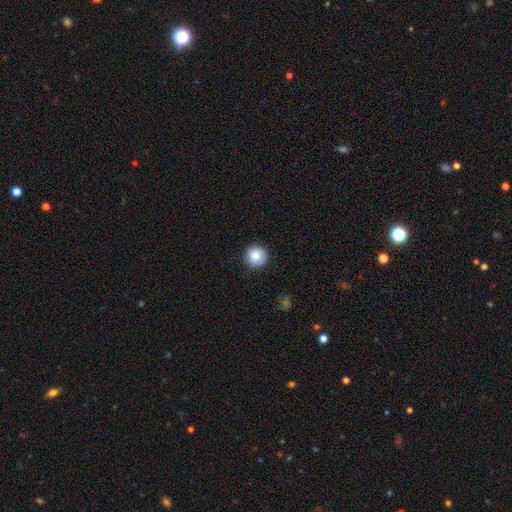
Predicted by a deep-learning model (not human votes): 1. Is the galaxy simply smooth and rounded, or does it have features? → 82% smooth, 9% featured or disk, 9% star or artifact.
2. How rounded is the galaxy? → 95% round, 4% in between, 1% cigar-shaped.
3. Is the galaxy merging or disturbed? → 85% none, 12% minor disturbance, 2% major disturbance, 1% merger.